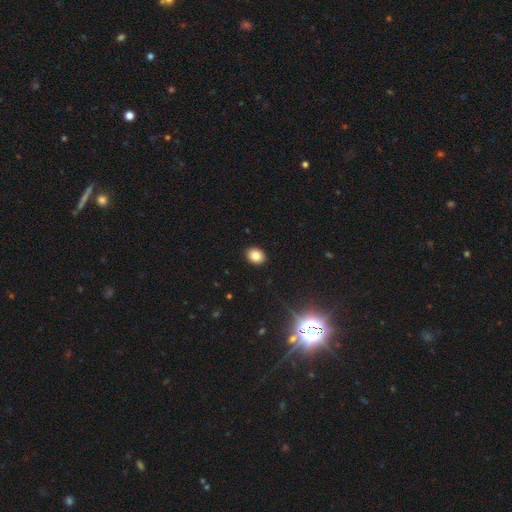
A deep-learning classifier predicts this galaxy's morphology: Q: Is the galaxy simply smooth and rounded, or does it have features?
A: smooth — 82%.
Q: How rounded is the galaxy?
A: in between — 54%.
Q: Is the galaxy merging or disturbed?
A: none — 91%.